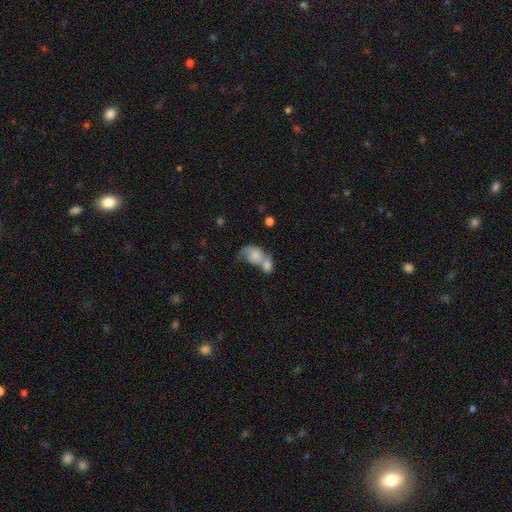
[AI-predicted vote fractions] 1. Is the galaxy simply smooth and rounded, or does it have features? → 67% smooth, 24% featured or disk, 9% star or artifact.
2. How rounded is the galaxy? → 71% in between, 27% round, 2% cigar-shaped.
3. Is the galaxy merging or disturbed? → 72% merger, 11% none, 10% major disturbance, 7% minor disturbance.